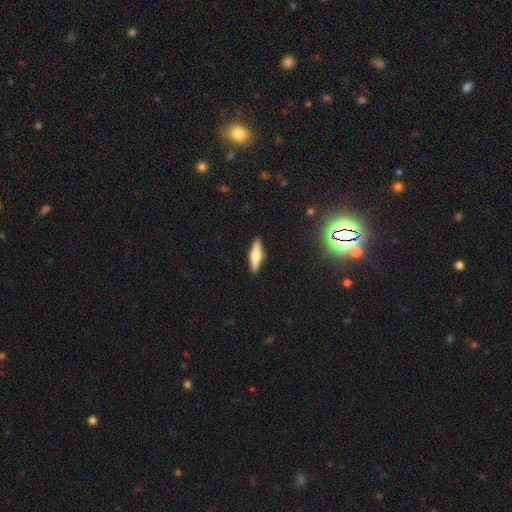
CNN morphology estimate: This is possibly a featured or disk galaxy (53%). It is clearly viewed edge-on (95%). Edge-on bulge: clearly rounded (92%). Merging: clearly none (90%).